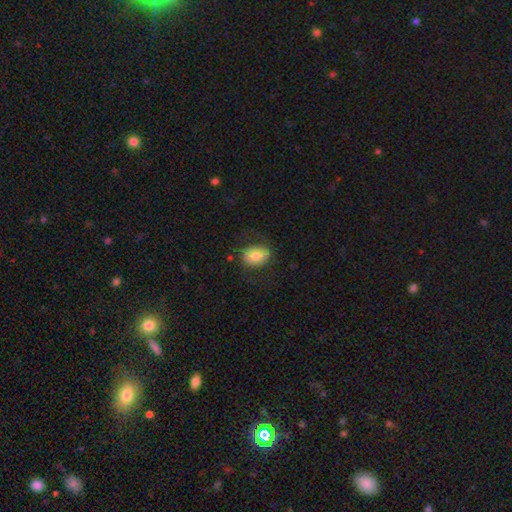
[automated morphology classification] Smooth or featured?
  - smooth: 74% *
  - featured or disk: 18%
  - star or artifact: 7%
How rounded?
  - in between: 64% *
  - round: 35%
  - cigar-shaped: 1%
Merging?
  - none: 75% *
  - minor disturbance: 16%
  - major disturbance: 8%
  - merger: 1%